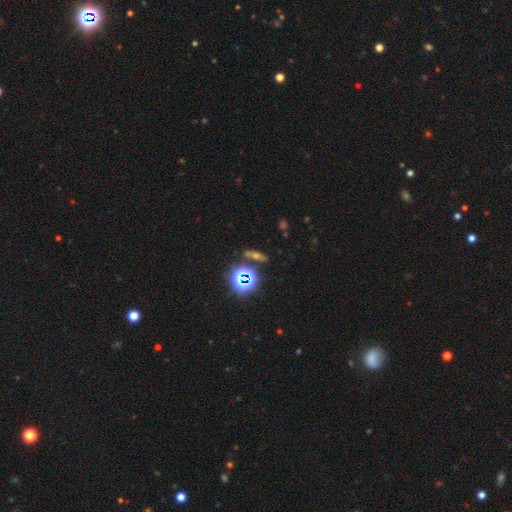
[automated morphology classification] smooth_or_featured: star or artifact (p=0.40) [alt: featured or disk p=0.32]